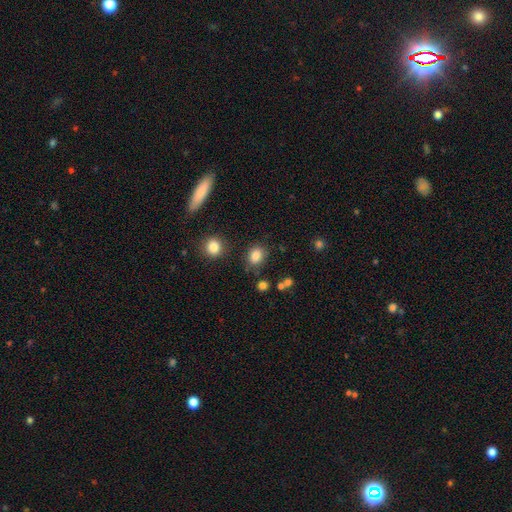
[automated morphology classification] smooth_or_featured: smooth (p=0.84) [alt: star or artifact p=0.11]
how_rounded: in between (p=0.53) [alt: round p=0.46]
merging: none (p=0.77) [alt: minor disturbance p=0.13]